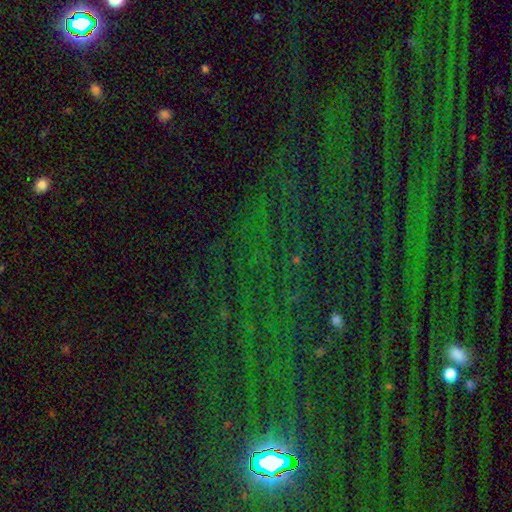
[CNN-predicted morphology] type=star or artifact (83%).